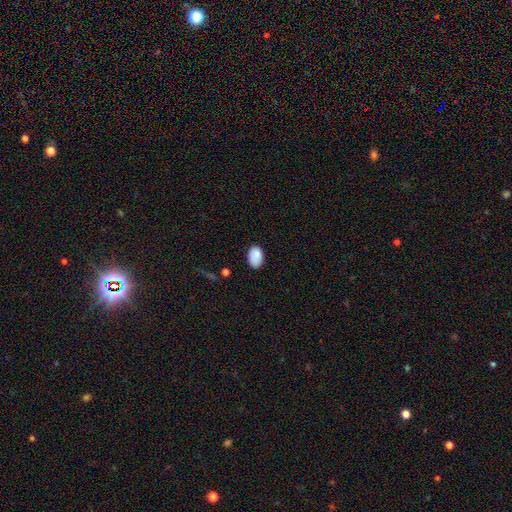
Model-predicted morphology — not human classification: This is clearly a smooth galaxy (86%). How rounded: clearly in between (90%). Merging: likely none (78%).